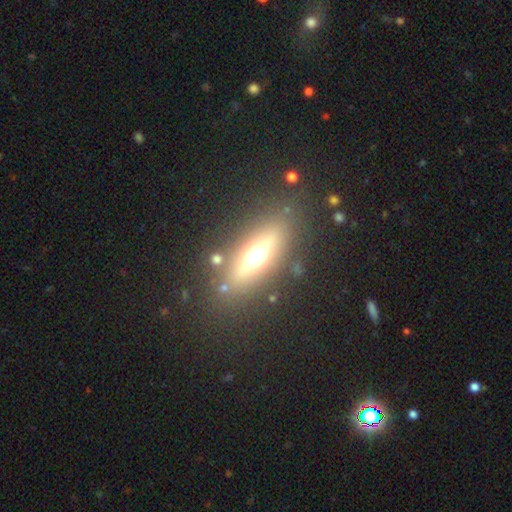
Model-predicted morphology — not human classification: smooth_or_featured: featured or disk (p=0.51) [alt: smooth p=0.37]
disk_edge_on: yes (p=0.81) [alt: no p=0.19]
merging: none (p=0.83) [alt: minor disturbance p=0.10]